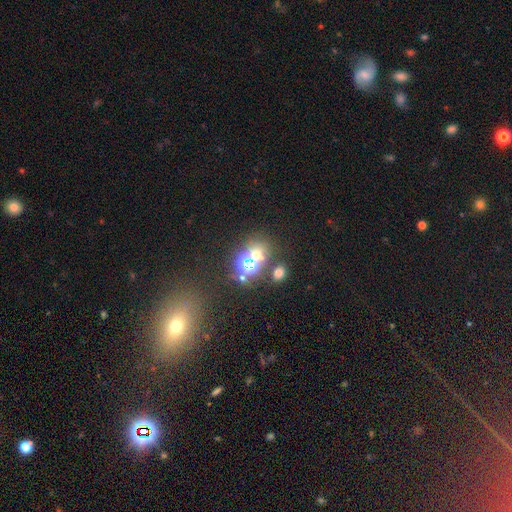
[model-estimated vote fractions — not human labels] A smooth galaxy with no disk features (45%).

Vote fractions:
- Smooth or featured? smooth: 45% / star or artifact: 42% / featured or disk: 13%
- Merging? none: 56% / merger: 28% / minor disturbance: 10% / major disturbance: 6%